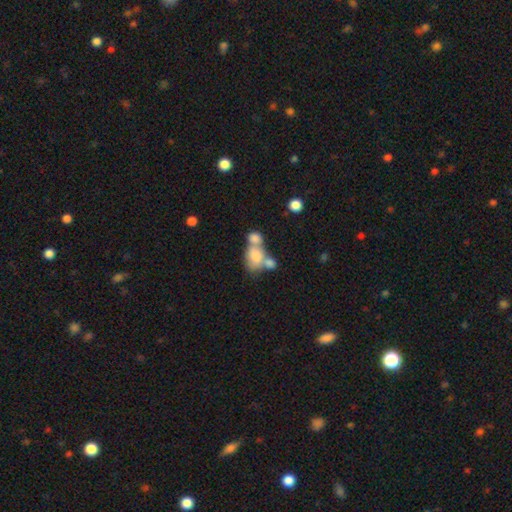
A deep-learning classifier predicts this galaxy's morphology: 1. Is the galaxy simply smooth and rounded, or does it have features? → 71% smooth, 20% featured or disk, 9% star or artifact.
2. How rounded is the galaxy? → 76% in between, 22% round, 2% cigar-shaped.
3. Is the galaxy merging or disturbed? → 67% merger, 17% none, 8% minor disturbance, 7% major disturbance.